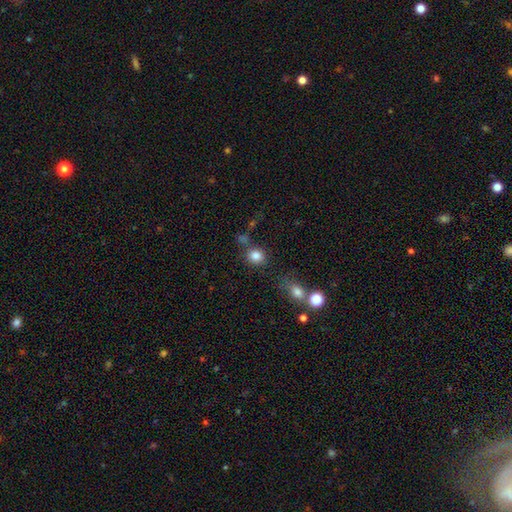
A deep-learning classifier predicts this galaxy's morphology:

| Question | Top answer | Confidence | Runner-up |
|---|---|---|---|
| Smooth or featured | smooth | 83% | star or artifact (11%) |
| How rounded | round | 76% | in between (23%) |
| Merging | none | 72% | minor disturbance (12%) |